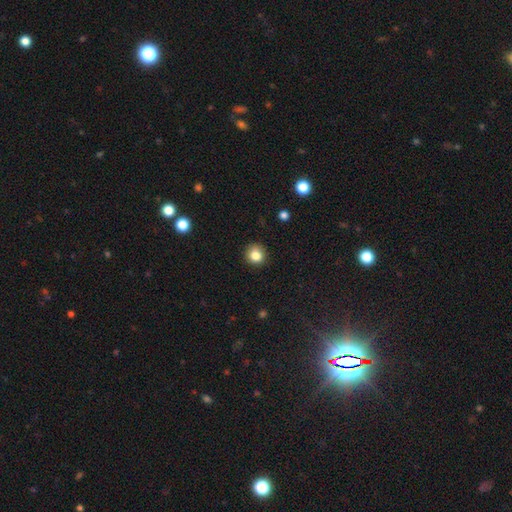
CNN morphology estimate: A smooth galaxy with no disk features (84%) that is round (88%). Merging: none (87%).